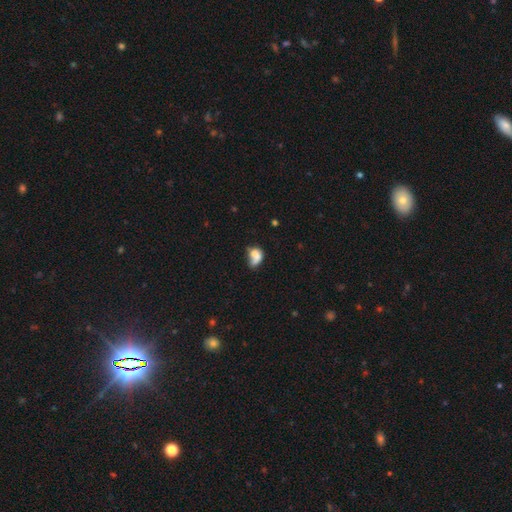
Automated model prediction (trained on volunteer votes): Smooth or featured?
  - smooth: 64% *
  - featured or disk: 25%
  - star or artifact: 11%
How rounded?
  - in between: 71% *
  - round: 27%
  - cigar-shaped: 2%
Merging?
  - merger: 39% *
  - none: 23%
  - major disturbance: 21%
  - minor disturbance: 18%